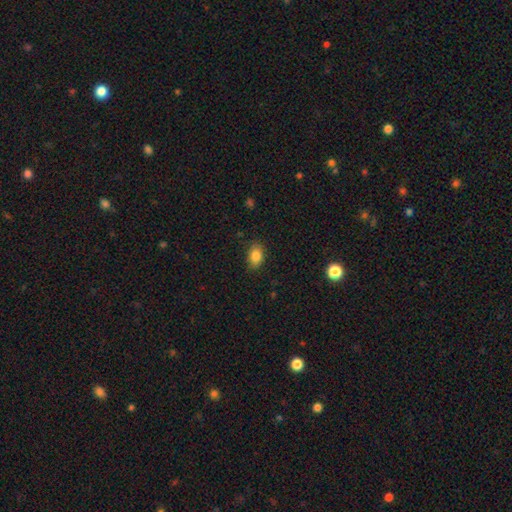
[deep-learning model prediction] The model was most divided on "how rounded": in between: 80%, round: 18%, cigar-shaped: 1%. More confident: smooth or featured — smooth (85%); merging — none (83%).